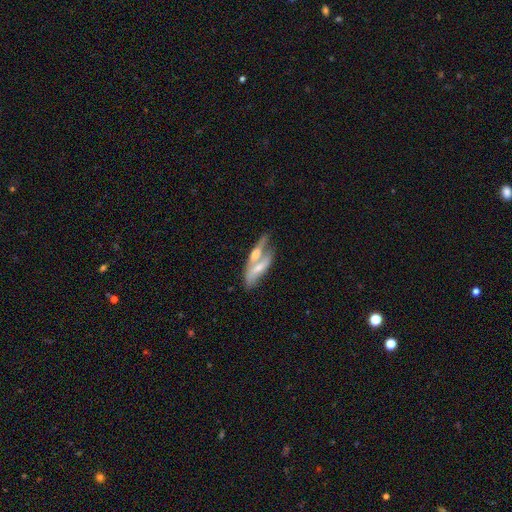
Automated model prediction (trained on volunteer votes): A featured or disk galaxy (56%). Merging: merger (59%).